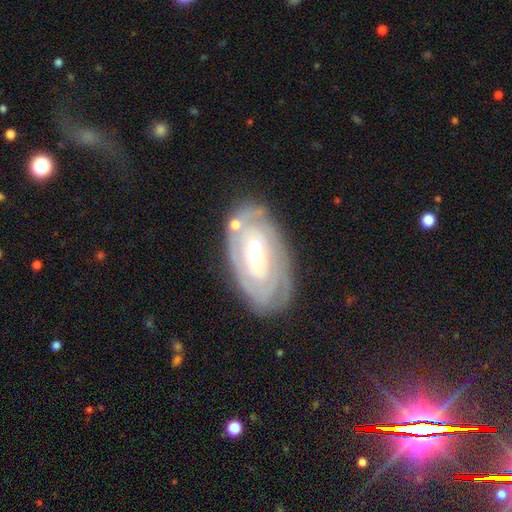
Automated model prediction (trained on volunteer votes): This is likely a featured or disk galaxy (79%). It is clearly not viewed edge-on (93%). Bar: possibly no (50%). Spiral arm pattern: clearly yes (83%). Spiral arm count: possibly can't tell (52%). Spiral winding: likely tight (78%). Central bulge: possibly moderate (55%). Merging: likely none (72%).